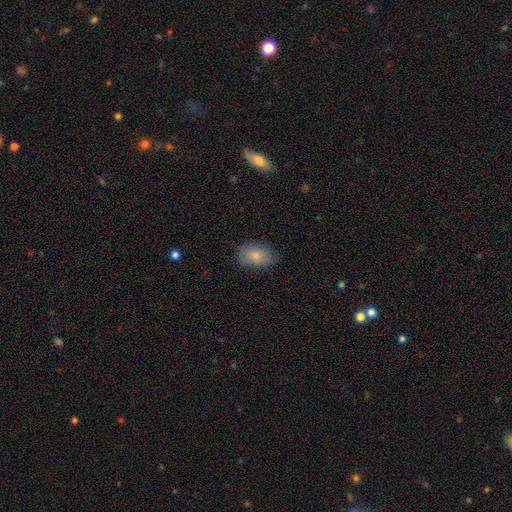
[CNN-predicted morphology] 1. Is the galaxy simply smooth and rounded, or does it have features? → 78% smooth, 14% featured or disk, 8% star or artifact.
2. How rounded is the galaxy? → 86% in between, 12% round, 2% cigar-shaped.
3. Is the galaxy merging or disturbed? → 63% none, 30% minor disturbance, 6% major disturbance, 1% merger.